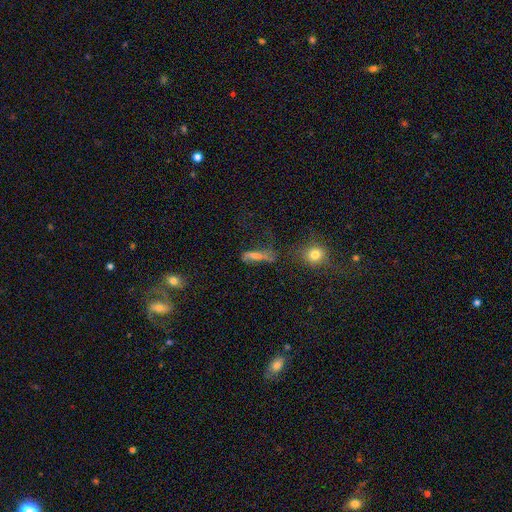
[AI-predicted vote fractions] A smooth galaxy with no disk features (37%, tied with featured or disk). Merging: none (53%).